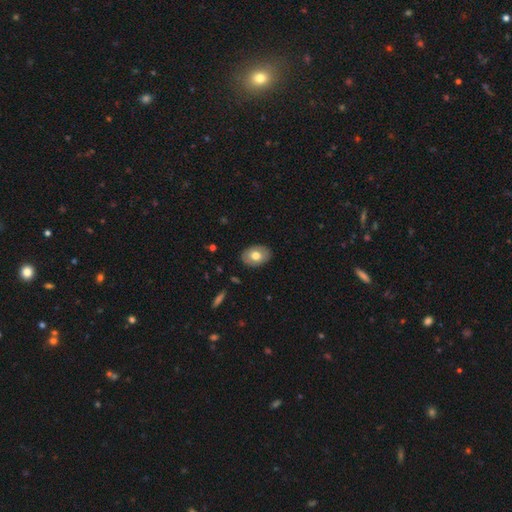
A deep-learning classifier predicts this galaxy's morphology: Smooth or featured? Predicted: smooth (p=0.70). How rounded? Predicted: in between (p=0.80). Merging? Predicted: none (p=0.88).